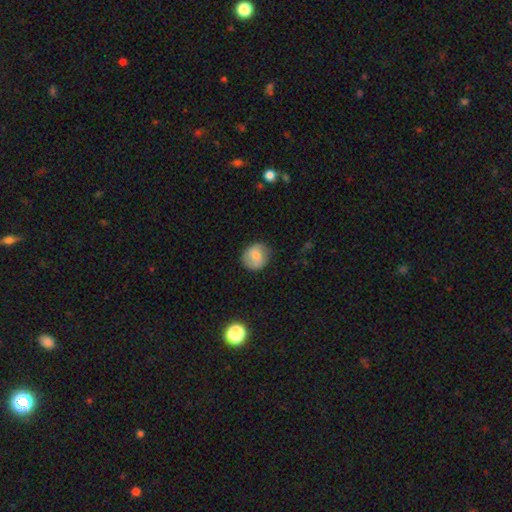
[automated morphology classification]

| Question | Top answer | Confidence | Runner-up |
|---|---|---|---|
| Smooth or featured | smooth | 65% | featured or disk (28%) |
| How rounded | round | 82% | in between (17%) |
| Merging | none | 78% | minor disturbance (16%) |